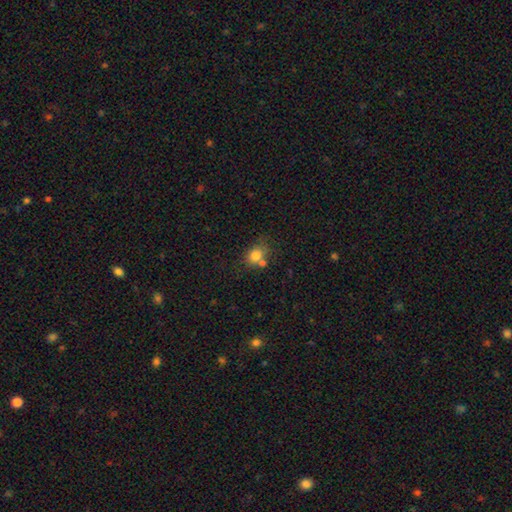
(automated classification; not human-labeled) Overall: smooth (78%). How rounded: round (54%; in between 44%). Merging: none (51%; merger 27%).